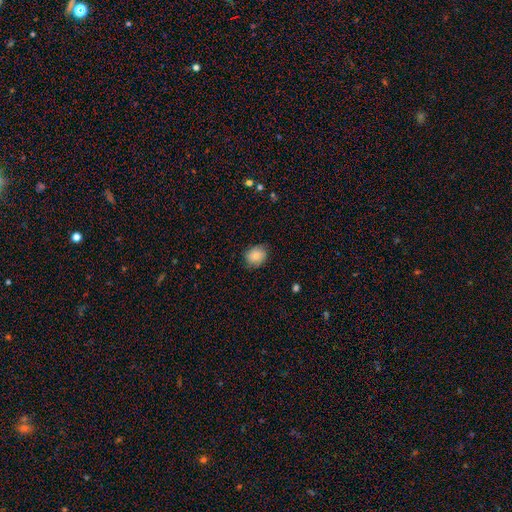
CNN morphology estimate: This is clearly a smooth galaxy (82%). How rounded: likely round (60%). Merging: likely none (75%).